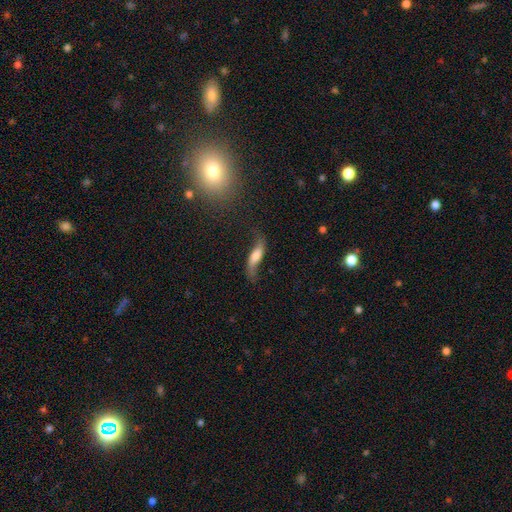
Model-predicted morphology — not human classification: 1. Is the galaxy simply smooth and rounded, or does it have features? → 56% featured or disk, 36% smooth, 8% star or artifact.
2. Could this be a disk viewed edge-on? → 72% no, 28% yes.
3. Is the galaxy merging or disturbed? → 59% none, 24% minor disturbance, 14% major disturbance, 4% merger.